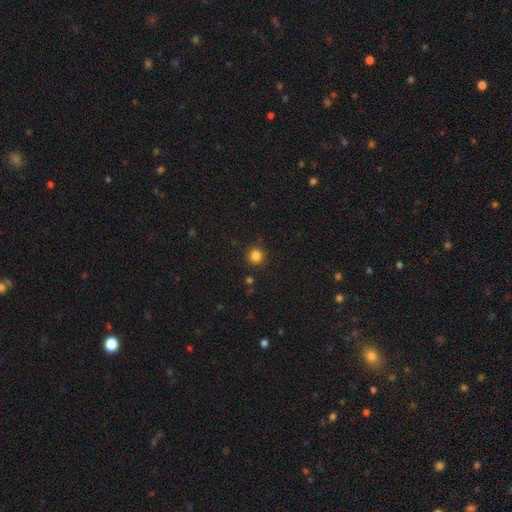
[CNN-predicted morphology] The model was most divided on "smooth or featured": smooth: 84%, star or artifact: 13%, featured or disk: 4%. More confident: how rounded — round (94%); merging — none (89%).